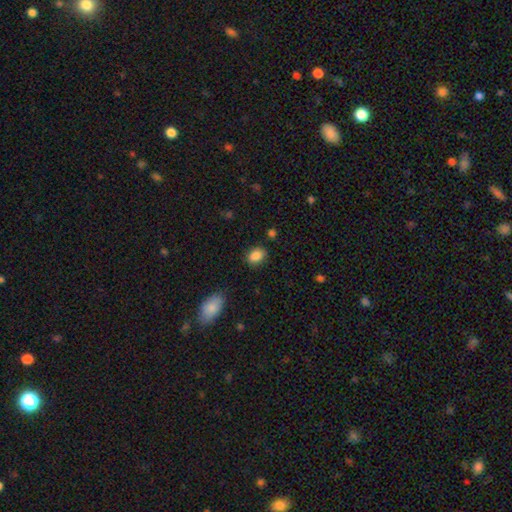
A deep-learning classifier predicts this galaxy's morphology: Smooth or featured: smooth — 87% (star or artifact — 9%)
How rounded: in between — 68% (round — 31%)
Merging: none — 82% (minor disturbance — 13%)